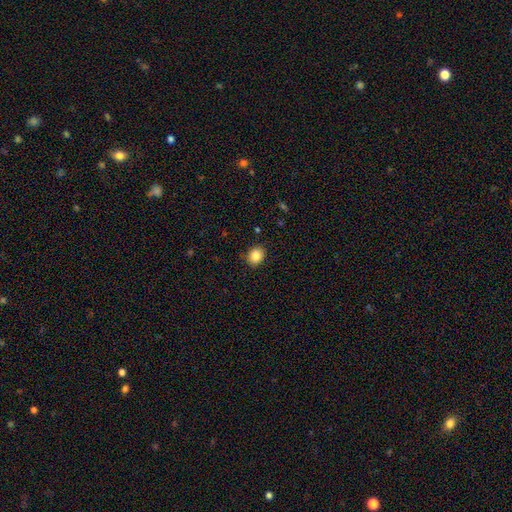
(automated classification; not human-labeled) This is clearly a smooth galaxy (86%). How rounded: possibly round (52%). Merging: clearly none (87%).